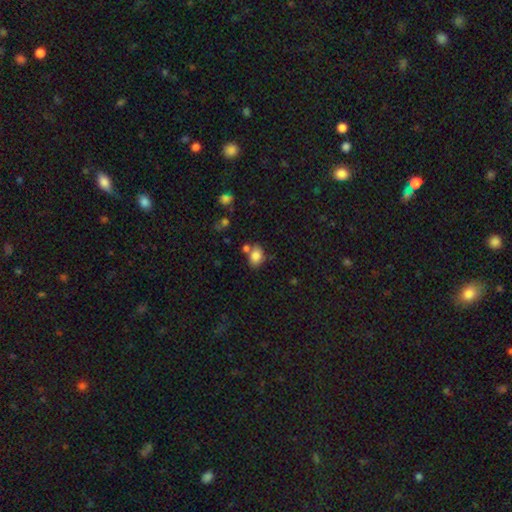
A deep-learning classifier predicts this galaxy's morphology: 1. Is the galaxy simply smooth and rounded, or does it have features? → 83% smooth, 10% star or artifact, 8% featured or disk.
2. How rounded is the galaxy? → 70% in between, 29% round, 1% cigar-shaped.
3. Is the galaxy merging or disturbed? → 57% none, 21% merger, 17% minor disturbance, 5% major disturbance.